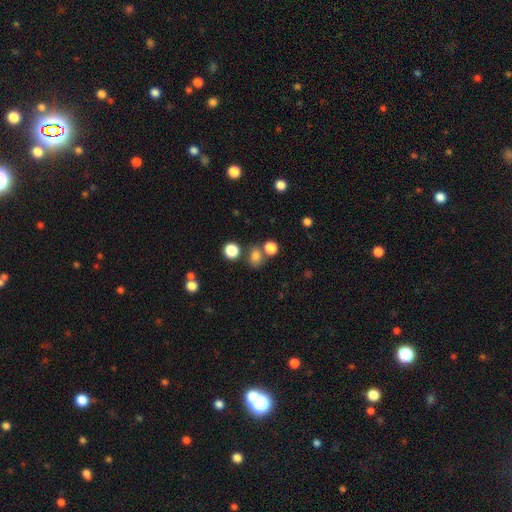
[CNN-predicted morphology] Smooth or featured? smooth (77%)
How rounded? round (62%)
Merging? none (64%)